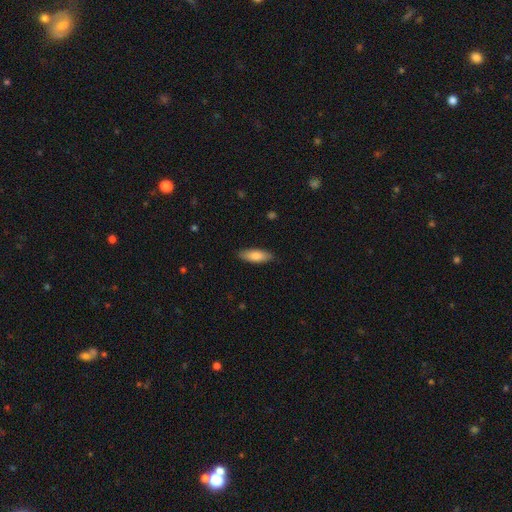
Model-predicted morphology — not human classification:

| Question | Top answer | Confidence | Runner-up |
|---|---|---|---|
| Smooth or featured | smooth | 79% | featured or disk (15%) |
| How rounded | in between | 62% | cigar-shaped (36%) |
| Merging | none | 87% | minor disturbance (10%) |